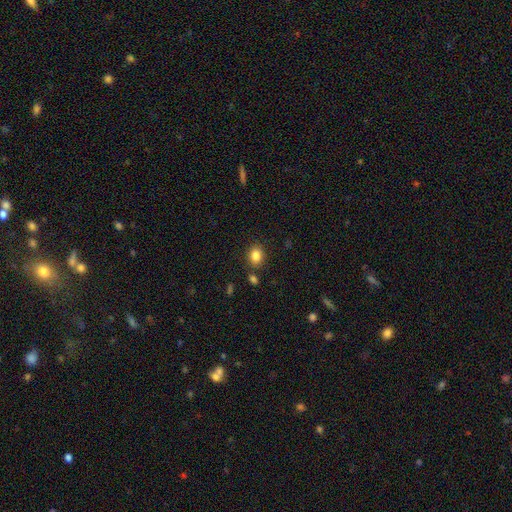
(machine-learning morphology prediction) Overall: smooth (85%). How rounded: in between (52%; round 47%). Merging: none (82%).